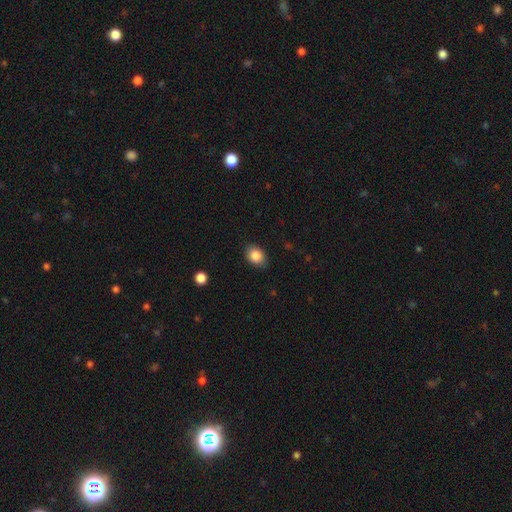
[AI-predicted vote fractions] Smooth or featured? Predicted: smooth (p=0.86). How rounded? Predicted: in between (p=0.68). Merging? Predicted: none (p=0.85).